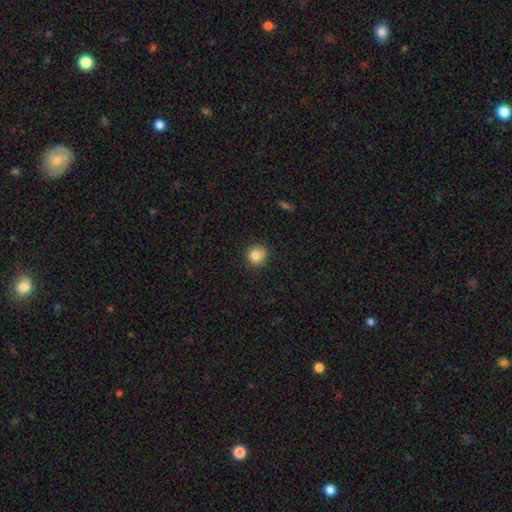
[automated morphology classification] Q: Smooth or featured?
A: smooth (84%); runner-up: star or artifact (10%)
Q: How rounded?
A: round (89%); runner-up: in between (10%)
Q: Merging?
A: none (81%); runner-up: minor disturbance (15%)